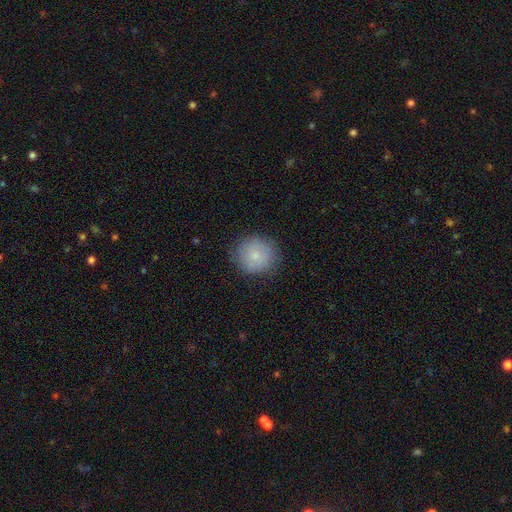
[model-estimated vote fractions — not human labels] This is clearly a smooth galaxy (81%). How rounded: clearly round (90%). Merging: clearly none (82%).